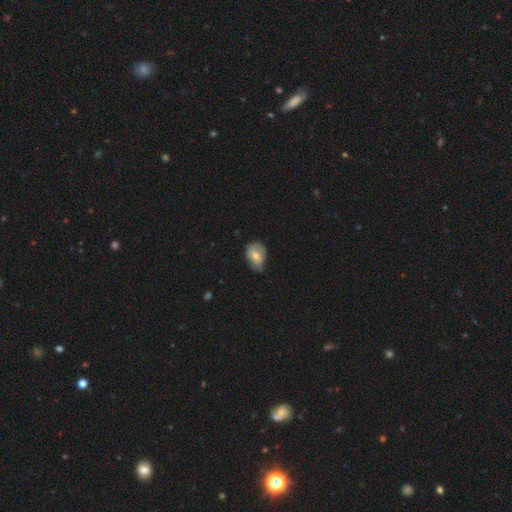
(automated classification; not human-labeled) Smooth or featured: smooth — 69% (featured or disk — 24%)
How rounded: in between — 75% (round — 24%)
Merging: minor disturbance — 45% (none — 42%)